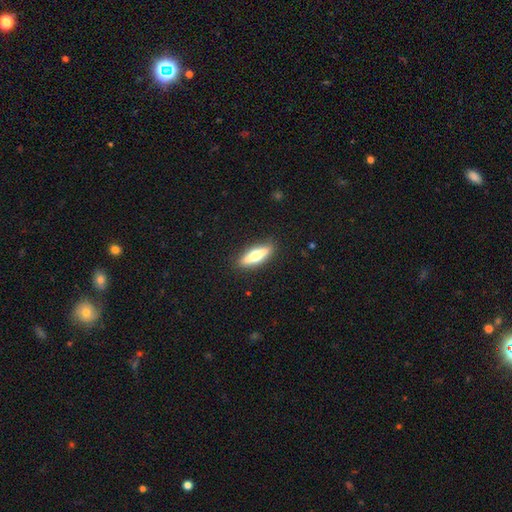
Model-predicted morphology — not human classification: Overall: smooth (51%; featured or disk 43%). How rounded: cigar-shaped (60%; in between 38%). Merging: none (90%).